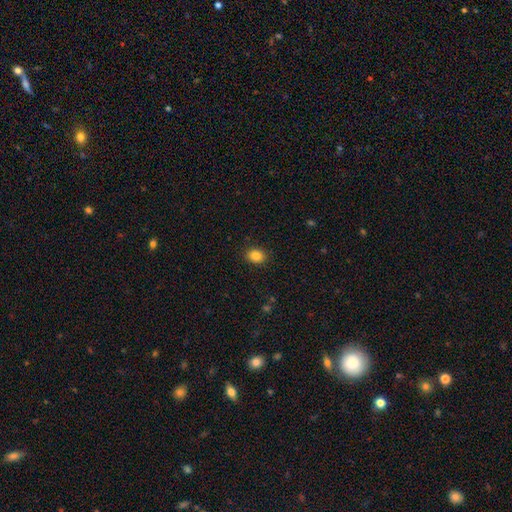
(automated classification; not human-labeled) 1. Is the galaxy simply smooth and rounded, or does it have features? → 85% smooth, 10% star or artifact, 5% featured or disk.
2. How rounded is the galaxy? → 50% in between, 49% round, 1% cigar-shaped.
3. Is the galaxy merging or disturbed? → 90% none, 7% minor disturbance, 2% major disturbance, 1% merger.